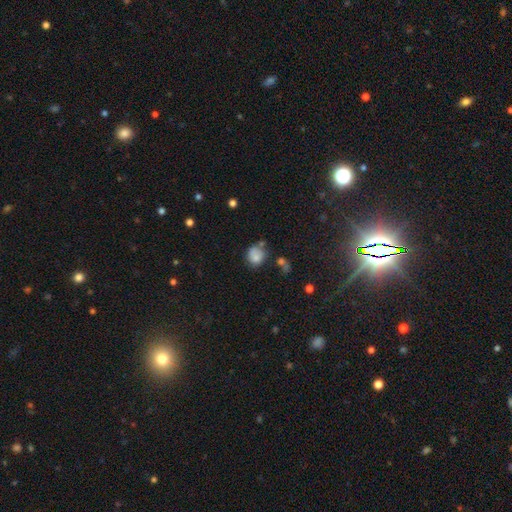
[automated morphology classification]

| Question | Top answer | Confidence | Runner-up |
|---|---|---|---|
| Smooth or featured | smooth | 77% | star or artifact (12%) |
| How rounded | round | 72% | in between (27%) |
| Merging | none | 47% | minor disturbance (25%) |